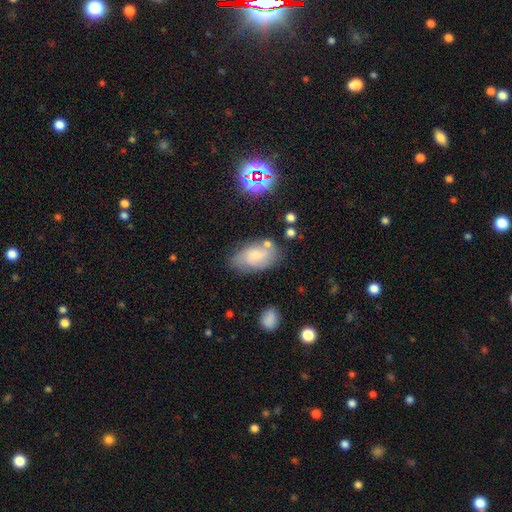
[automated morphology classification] smooth 58%, featured or disk 32%, star or artifact 10%. Down the decision tree: how rounded — in between (91%); merging — none (61%).